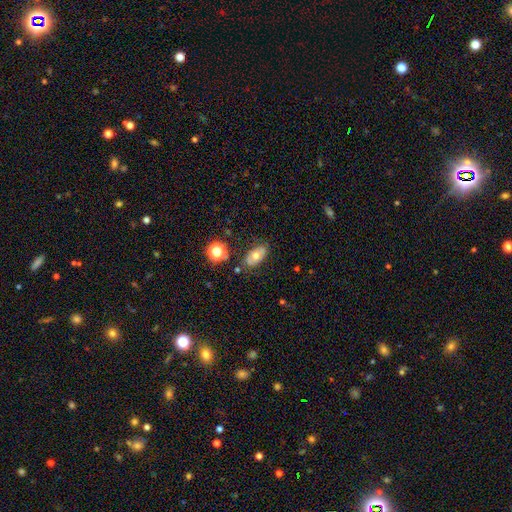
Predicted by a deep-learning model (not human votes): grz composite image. It shows a smooth galaxy with no disk features (62%) that is in between round and cigar-shaped (89%). Merging: none (78%).